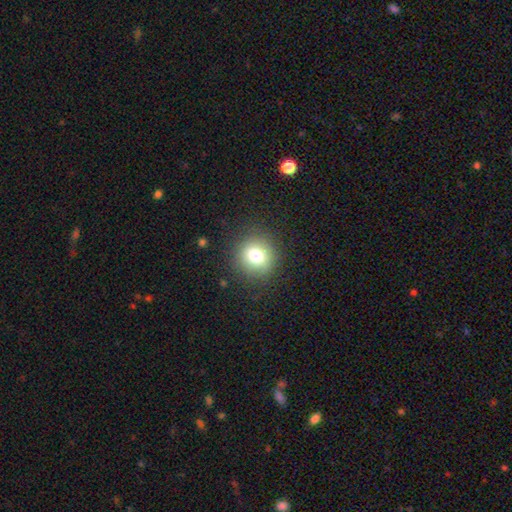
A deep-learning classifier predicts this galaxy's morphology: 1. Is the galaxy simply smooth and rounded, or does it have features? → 76% smooth, 13% star or artifact, 11% featured or disk.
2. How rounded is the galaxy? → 89% round, 10% in between, 1% cigar-shaped.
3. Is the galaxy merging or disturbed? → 87% none, 8% minor disturbance, 4% major disturbance, 1% merger.